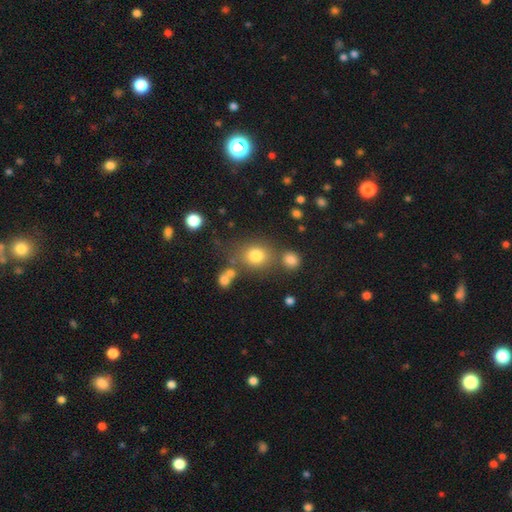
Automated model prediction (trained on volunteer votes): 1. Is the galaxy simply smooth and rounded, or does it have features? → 77% smooth, 14% star or artifact, 9% featured or disk.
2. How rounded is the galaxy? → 74% round, 25% in between, 1% cigar-shaped.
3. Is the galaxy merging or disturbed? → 67% none, 15% merger, 12% minor disturbance, 6% major disturbance.